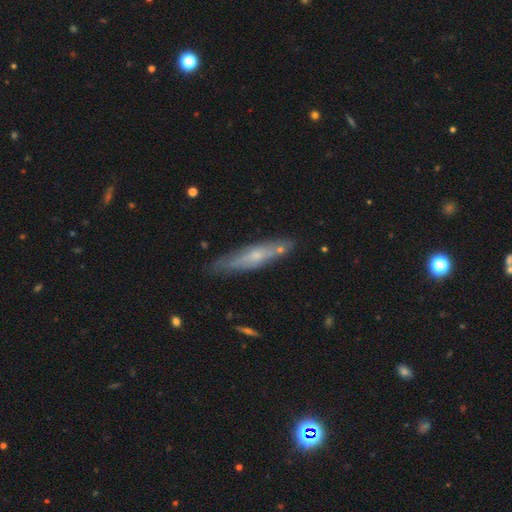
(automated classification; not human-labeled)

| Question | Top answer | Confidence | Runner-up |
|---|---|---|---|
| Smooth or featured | featured or disk | 53% | smooth (40%) |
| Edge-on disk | yes | 77% | no (23%) |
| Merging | none | 75% | minor disturbance (17%) |